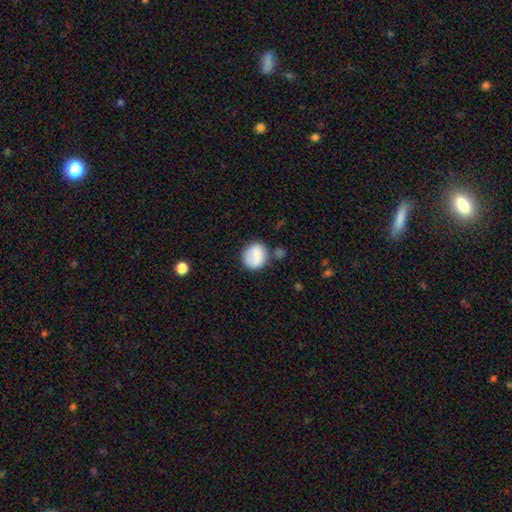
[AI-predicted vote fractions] smooth-or-featured: smooth: 79% | featured or disk: 13% | star or artifact: 8%
  how-rounded: round: 79% | in between: 20% | cigar-shaped: 1%
  merging: none: 66% | minor disturbance: 19% | merger: 8% | major disturbance: 7%